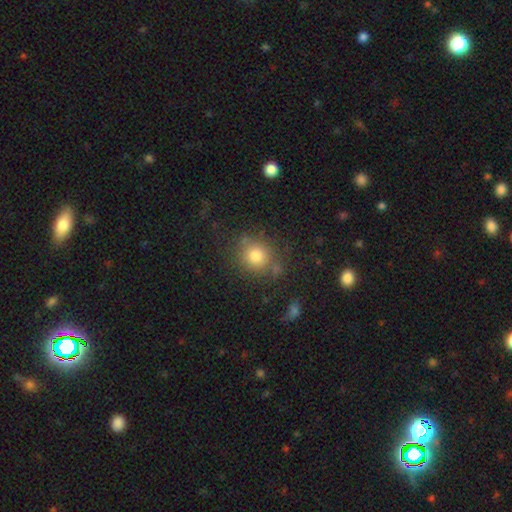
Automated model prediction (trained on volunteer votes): smooth-or-featured: smooth: 79% | star or artifact: 12% | featured or disk: 8%
  how-rounded: round: 82% | in between: 17% | cigar-shaped: 1%
  merging: none: 74% | minor disturbance: 14% | major disturbance: 6% | merger: 6%